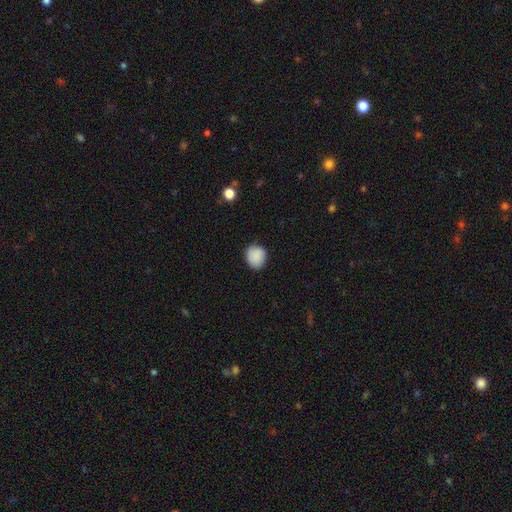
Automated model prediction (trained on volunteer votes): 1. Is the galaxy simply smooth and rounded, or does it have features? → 88% smooth, 8% star or artifact, 4% featured or disk.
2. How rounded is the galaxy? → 76% round, 23% in between, 1% cigar-shaped.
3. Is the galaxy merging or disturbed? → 81% none, 15% minor disturbance, 3% major disturbance, 1% merger.